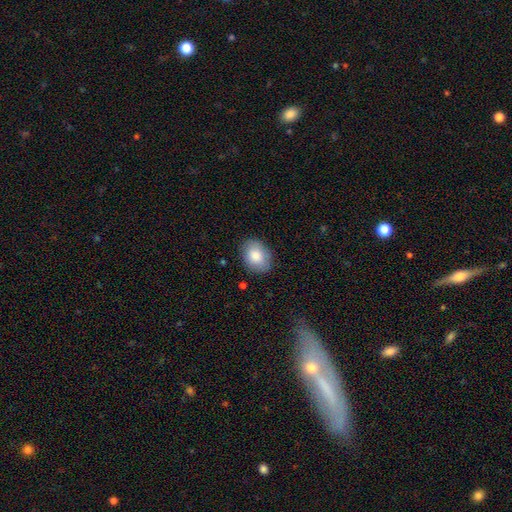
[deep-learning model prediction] Smooth or featured? smooth (82%)
How rounded? in between (64%)
Merging? none (84%)